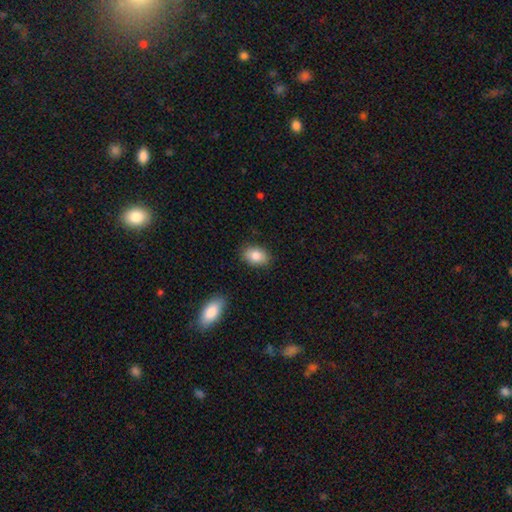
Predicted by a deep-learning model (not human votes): Smooth or featured? smooth (83%)
How rounded? in between (84%)
Merging? none (86%)